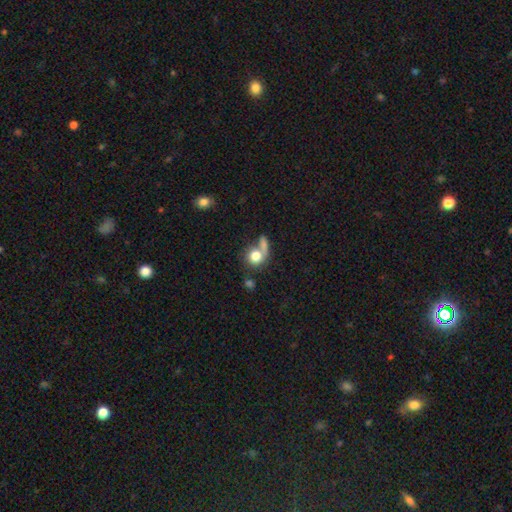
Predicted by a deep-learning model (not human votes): smooth 77%, featured or disk 14%, star or artifact 9%. Down the decision tree: how rounded — round (78%); merging — none (39%).